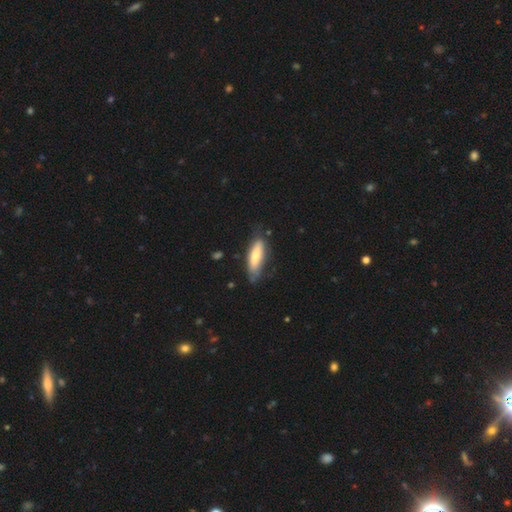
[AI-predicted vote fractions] smooth-or-featured: smooth: 71% | featured or disk: 24% | star or artifact: 5%
  how-rounded: cigar-shaped: 51% | in between: 48% | round: 1%
  merging: none: 66% | minor disturbance: 25% | major disturbance: 6% | merger: 2%